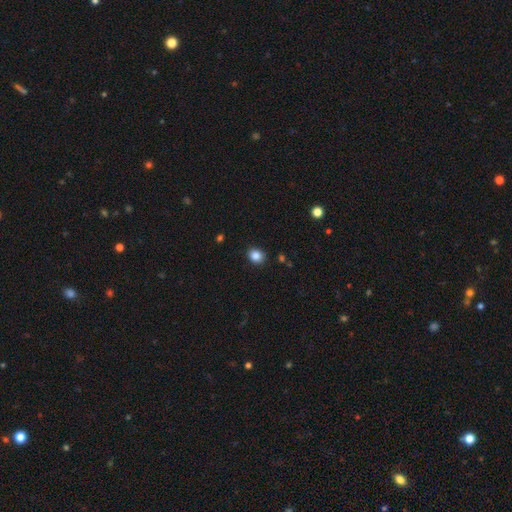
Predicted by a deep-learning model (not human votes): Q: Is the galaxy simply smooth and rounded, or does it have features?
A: smooth — 85%.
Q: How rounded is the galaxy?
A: round — 59%.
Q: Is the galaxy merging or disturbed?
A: none — 89%.